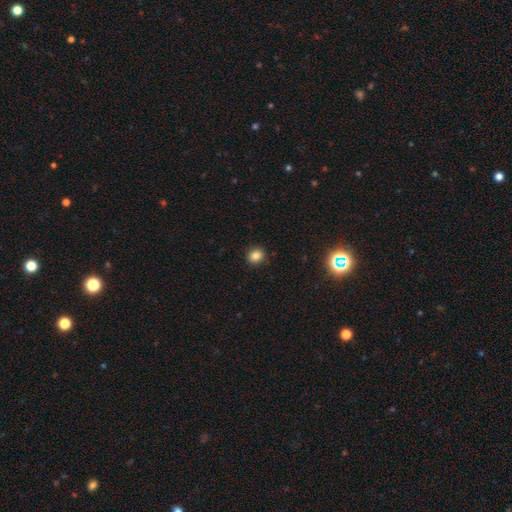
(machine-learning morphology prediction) This is clearly a smooth galaxy (83%). How rounded: likely round (79%). Merging: clearly none (91%).